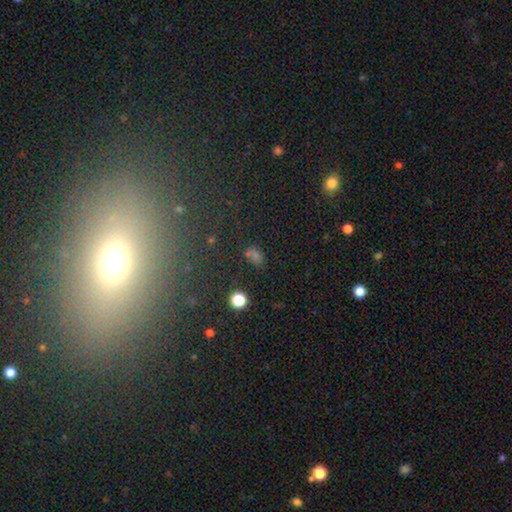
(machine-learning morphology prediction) smooth 59%, star or artifact 31%, featured or disk 10%. Down the decision tree: how rounded — in between (74%); merging — none (69%).